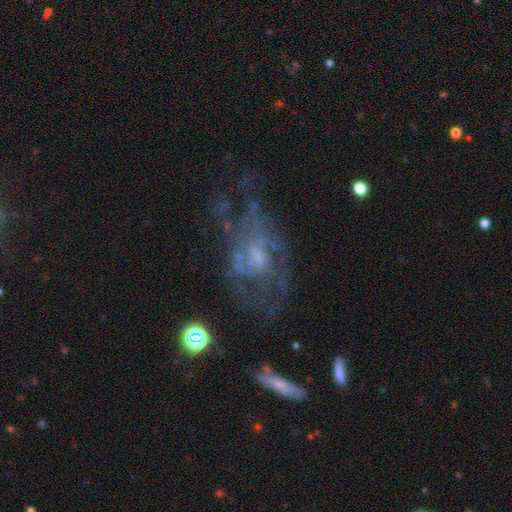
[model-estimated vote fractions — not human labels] This appears to be a featured or disk galaxy (69%) with no bar (68%), spiral arms (54%) and a small central bulge (38%). Merging: none (44%).